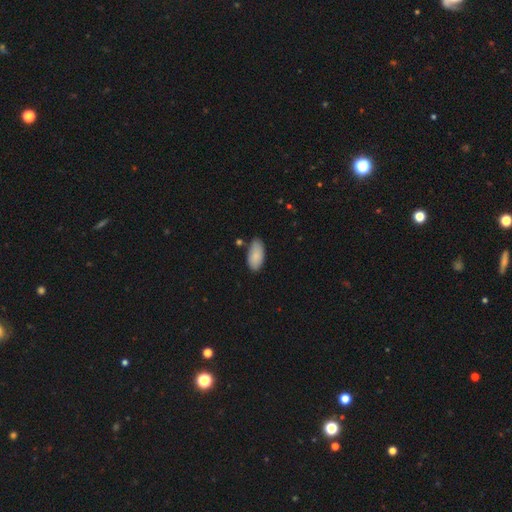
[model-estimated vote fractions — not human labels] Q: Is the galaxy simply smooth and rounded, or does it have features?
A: smooth — 85%.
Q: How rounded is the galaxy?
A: in between — 93%.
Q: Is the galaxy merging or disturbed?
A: none — 73%.